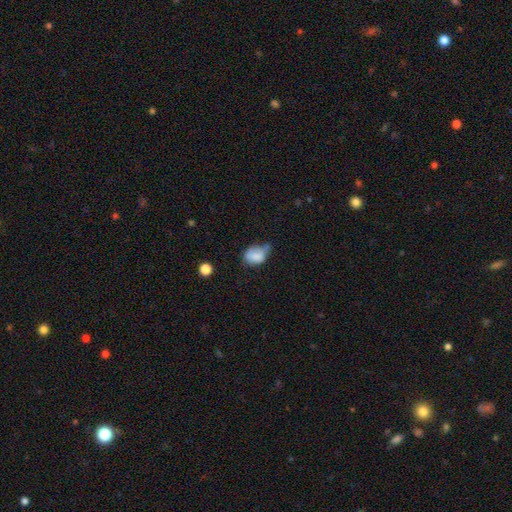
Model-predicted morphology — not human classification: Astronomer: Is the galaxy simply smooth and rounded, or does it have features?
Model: smooth — 80%.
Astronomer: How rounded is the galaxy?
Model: in between — 69%.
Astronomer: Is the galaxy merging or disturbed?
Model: minor disturbance — 41% (runner-up: none, 34%).